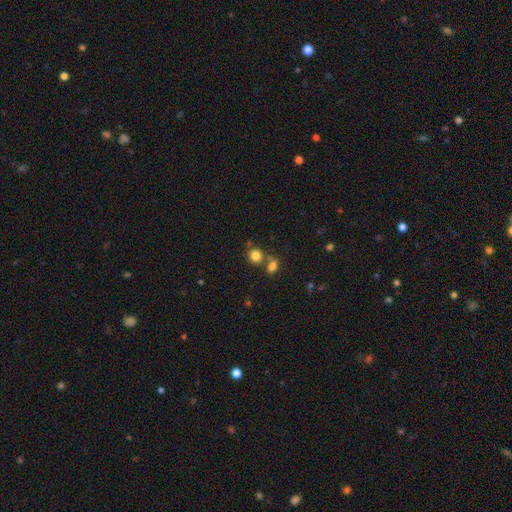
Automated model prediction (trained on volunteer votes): Overall: smooth (81%). How rounded: round (80%). Merging: none (60%; merger 27%).